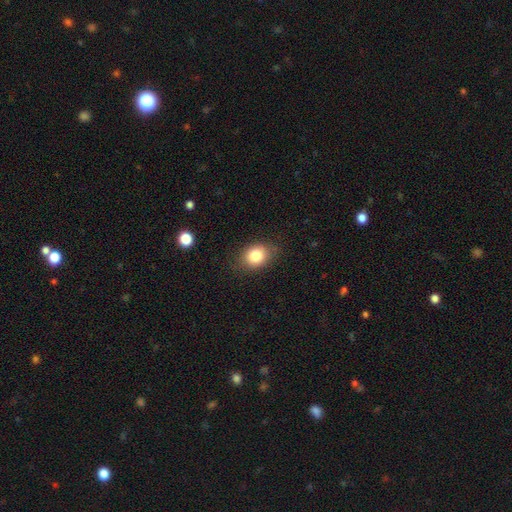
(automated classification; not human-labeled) smooth-or-featured: smooth: 83% | star or artifact: 10% | featured or disk: 8%
  how-rounded: in between: 52% | round: 47% | cigar-shaped: 1%
  merging: none: 80% | minor disturbance: 15% | major disturbance: 4% | merger: 1%